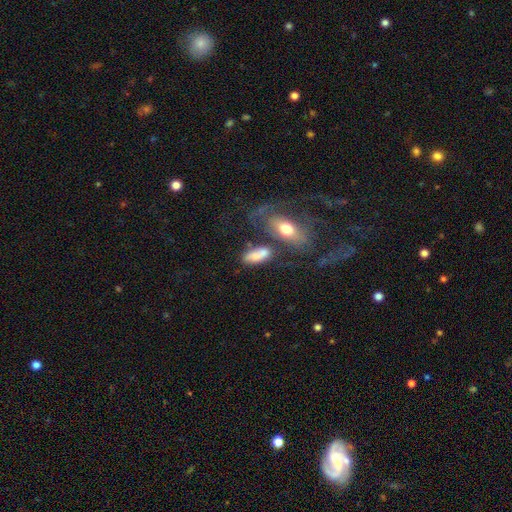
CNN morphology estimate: smooth-or-featured: smooth: 72% | featured or disk: 18% | star or artifact: 10%
  how-rounded: in between: 74% | cigar-shaped: 20% | round: 6%
  merging: none: 43% | merger: 25% | minor disturbance: 20% | major disturbance: 12%